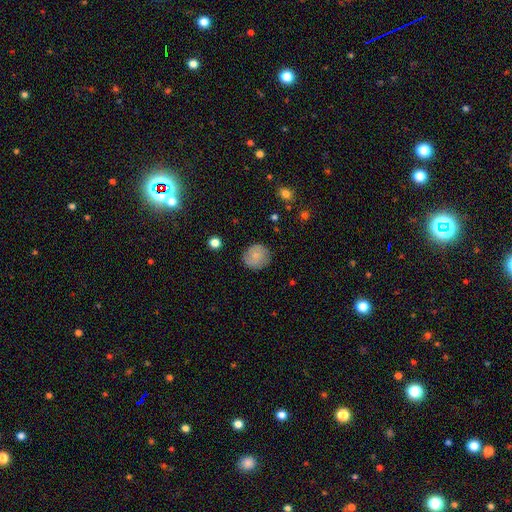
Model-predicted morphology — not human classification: type=smooth (75%); roundness=round (87%); merging=none (81%).